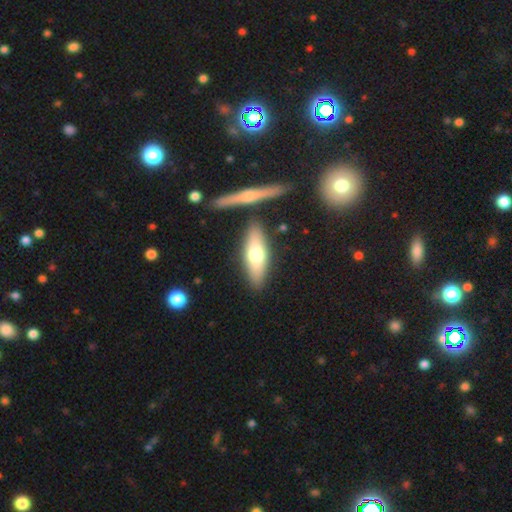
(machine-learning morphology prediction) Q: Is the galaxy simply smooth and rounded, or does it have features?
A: smooth — 51%.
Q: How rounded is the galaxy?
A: in between — 49%.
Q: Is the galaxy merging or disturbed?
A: none — 79%.